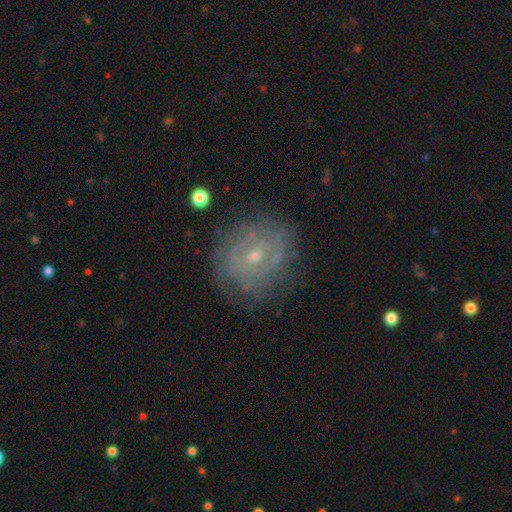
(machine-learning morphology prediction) smooth_or_featured: featured or disk (p=0.71) [alt: smooth p=0.20]
disk_edge_on: no (p=0.97) [alt: yes p=0.03]
bar: no (p=0.54) [alt: weak p=0.38]
has_spiral_arms: yes (p=0.76) [alt: no p=0.24]
spiral_winding: tight (p=0.68) [alt: medium p=0.23]
spiral_arm_count: can't tell (p=0.55) [alt: 2 p=0.20]
bulge_size: small (p=0.69) [alt: moderate p=0.28]
merging: none (p=0.75) [alt: minor disturbance p=0.17]